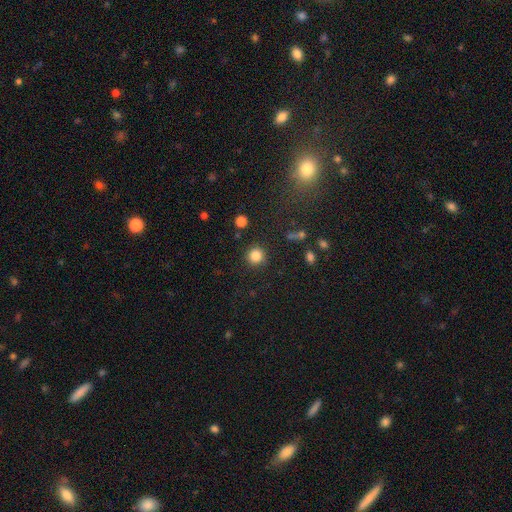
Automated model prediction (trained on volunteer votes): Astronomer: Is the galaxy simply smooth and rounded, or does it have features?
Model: smooth — 85%.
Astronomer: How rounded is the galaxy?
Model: round — 93%.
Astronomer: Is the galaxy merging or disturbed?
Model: none — 90%.